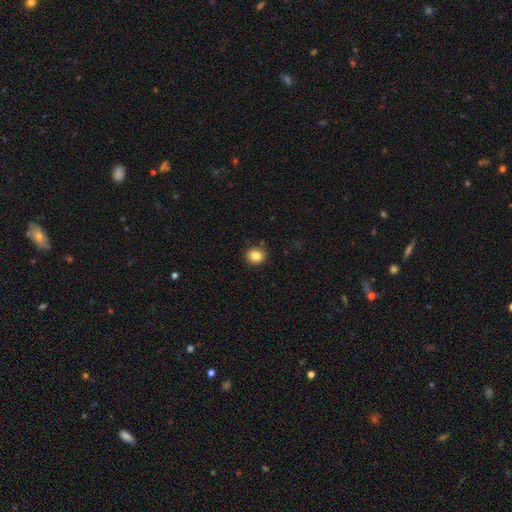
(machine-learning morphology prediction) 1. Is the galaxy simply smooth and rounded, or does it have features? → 85% smooth, 10% star or artifact, 5% featured or disk.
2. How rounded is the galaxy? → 77% round, 22% in between, 1% cigar-shaped.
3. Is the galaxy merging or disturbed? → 89% none, 7% minor disturbance, 2% major disturbance, 1% merger.